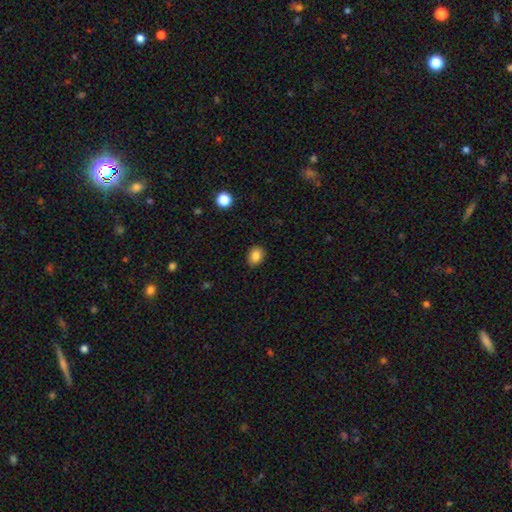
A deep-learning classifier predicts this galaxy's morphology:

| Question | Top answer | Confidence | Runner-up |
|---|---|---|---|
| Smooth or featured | smooth | 85% | star or artifact (10%) |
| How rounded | in between | 59% | round (40%) |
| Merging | none | 87% | minor disturbance (10%) |